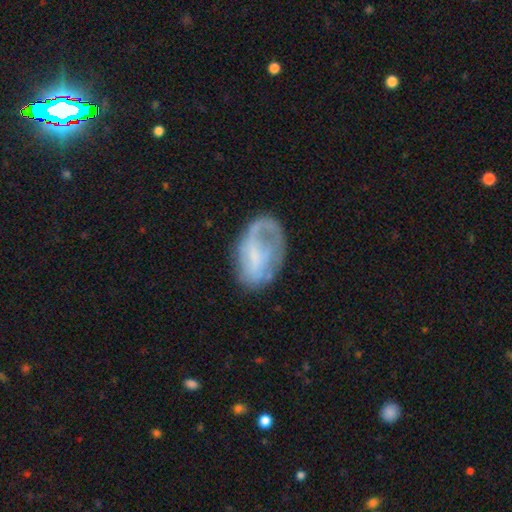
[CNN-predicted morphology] This appears to be a featured or disk galaxy (52%). Merging: none (46%).